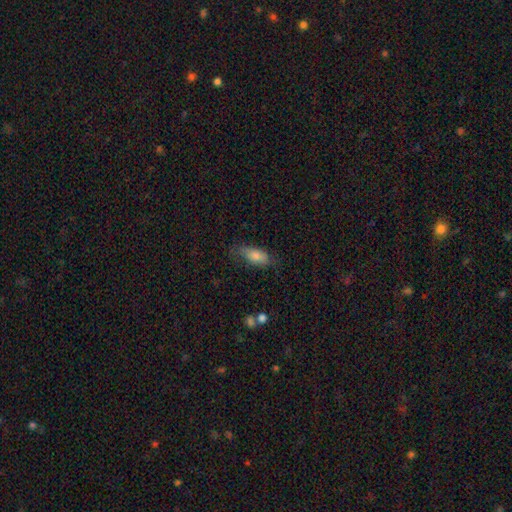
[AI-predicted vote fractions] Smooth or featured?
  - smooth: 77% *
  - featured or disk: 16%
  - star or artifact: 7%
How rounded?
  - in between: 76% *
  - cigar-shaped: 20%
  - round: 3%
Merging?
  - none: 67% *
  - minor disturbance: 24%
  - major disturbance: 7%
  - merger: 2%